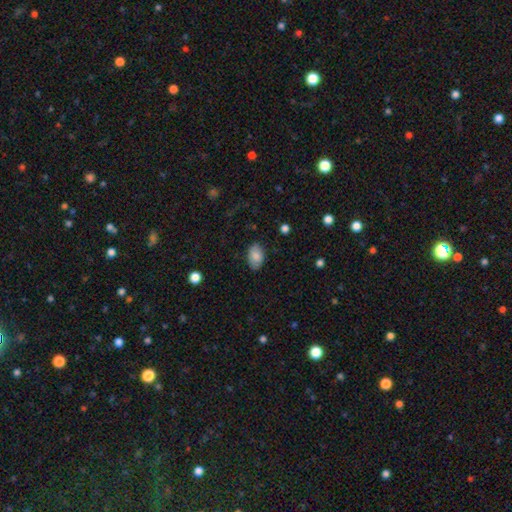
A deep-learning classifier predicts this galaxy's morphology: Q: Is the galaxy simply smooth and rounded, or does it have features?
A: smooth — 83%.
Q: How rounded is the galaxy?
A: in between — 89%.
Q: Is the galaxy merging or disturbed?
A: none — 81%.